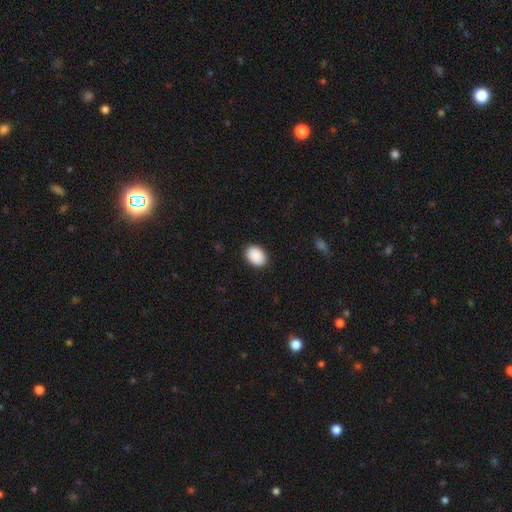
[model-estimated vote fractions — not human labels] smooth 91%, star or artifact 7%, featured or disk 2%. Down the decision tree: how rounded — in between (77%); merging — none (90%).